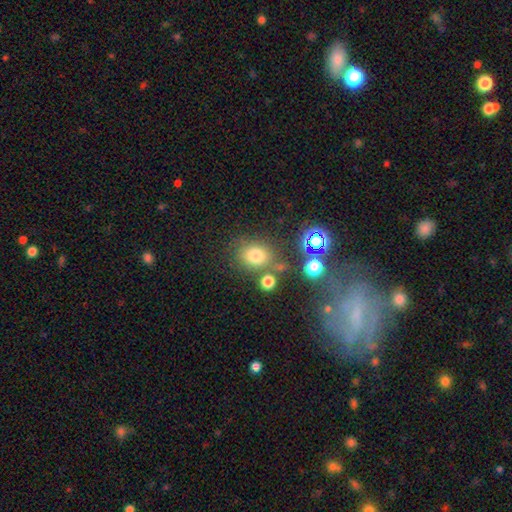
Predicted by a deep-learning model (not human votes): Smooth or featured: smooth — 74% (star or artifact — 18%)
How rounded: round — 57% (in between — 42%)
Merging: none — 69% (minor disturbance — 14%)